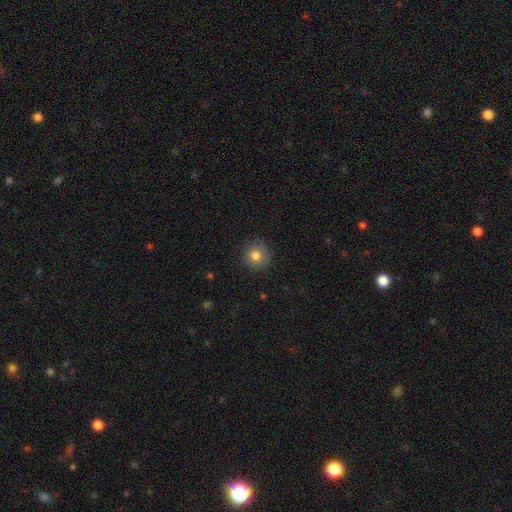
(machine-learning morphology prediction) smooth 80%, star or artifact 11%, featured or disk 9%. Down the decision tree: how rounded — round (92%); merging — none (87%).